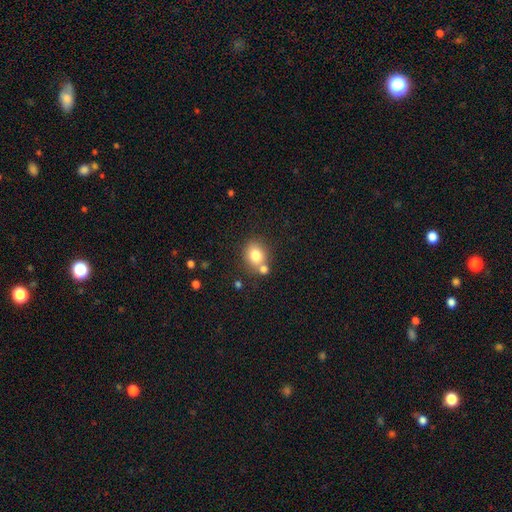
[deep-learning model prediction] Smooth or featured? smooth (79%)
How rounded? round (58%)
Merging? none (57%)